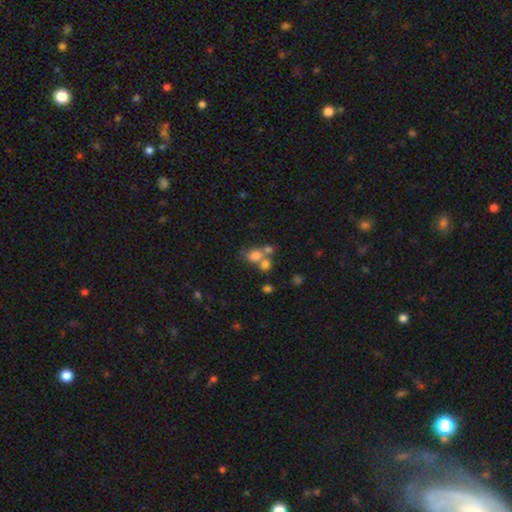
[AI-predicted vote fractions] Morphology: type=smooth (71%); roundness=round (55%); merging=merger (47%).